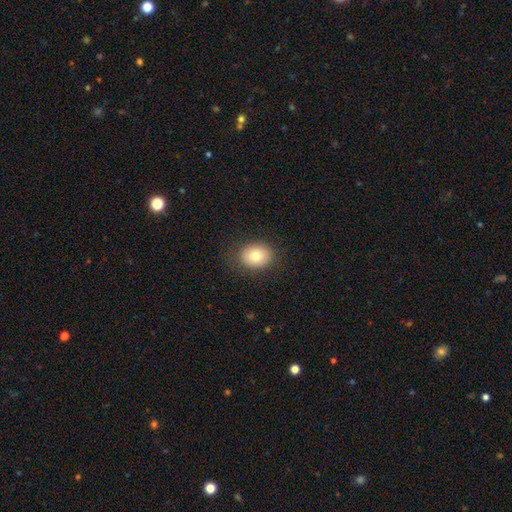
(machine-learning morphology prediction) smooth 80%, featured or disk 11%, star or artifact 10%. Down the decision tree: how rounded — in between (52%); merging — none (87%).